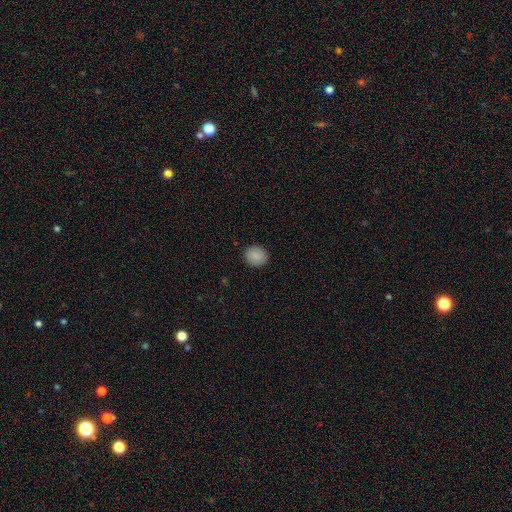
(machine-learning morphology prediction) Smooth or featured: smooth — 84% (featured or disk — 8%)
How rounded: round — 74% (in between — 25%)
Merging: none — 90% (minor disturbance — 7%)